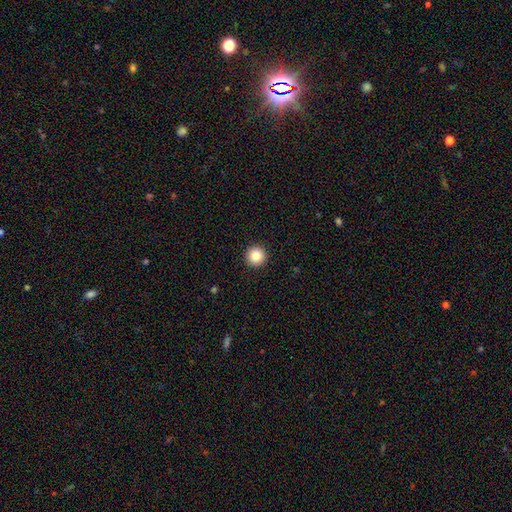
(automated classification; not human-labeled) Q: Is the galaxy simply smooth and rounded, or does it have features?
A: smooth — 84%.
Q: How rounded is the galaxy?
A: round — 96%.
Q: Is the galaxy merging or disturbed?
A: none — 94%.